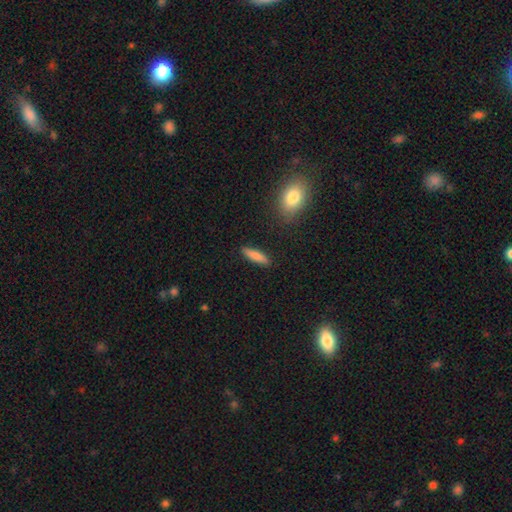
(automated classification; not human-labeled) Smooth or featured?
  - smooth: 84% *
  - featured or disk: 10%
  - star or artifact: 6%
How rounded?
  - cigar-shaped: 70% *
  - in between: 28%
  - round: 2%
Merging?
  - none: 89% *
  - minor disturbance: 8%
  - major disturbance: 2%
  - merger: 2%